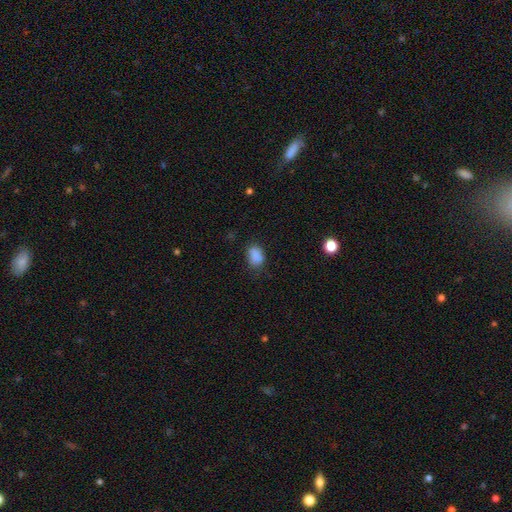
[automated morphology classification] This appears to be a smooth galaxy with no disk features (84%) that is in between round and cigar-shaped (80%). Merging: none (65%).